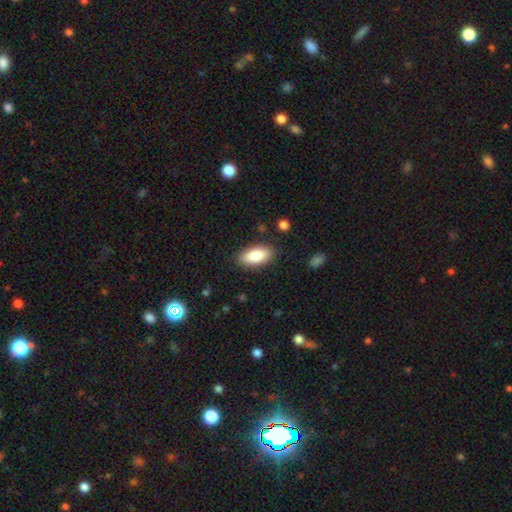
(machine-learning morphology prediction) Smooth or featured? Predicted: smooth (p=0.83). How rounded? Predicted: in between (p=0.89). Merging? Predicted: none (p=0.86).